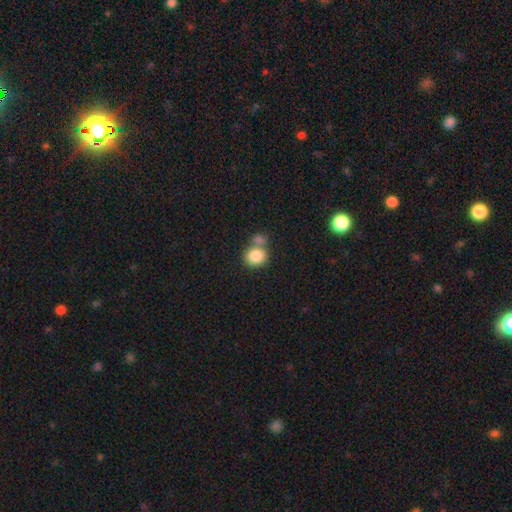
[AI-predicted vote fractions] A smooth galaxy with no disk features (84%) that is round (80%). Merging: none (50%).